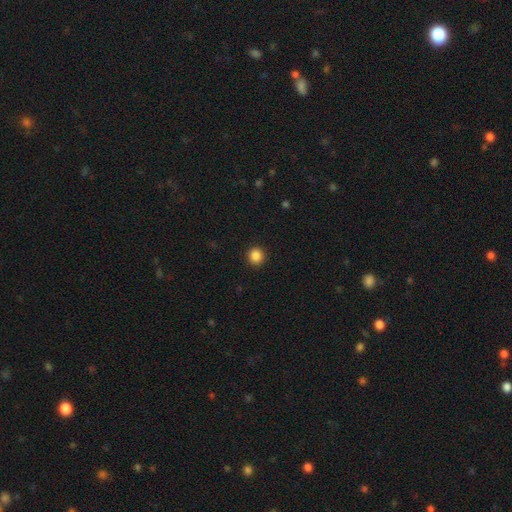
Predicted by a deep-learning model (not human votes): Overall: smooth (87%). How rounded: round (92%). Merging: none (93%).